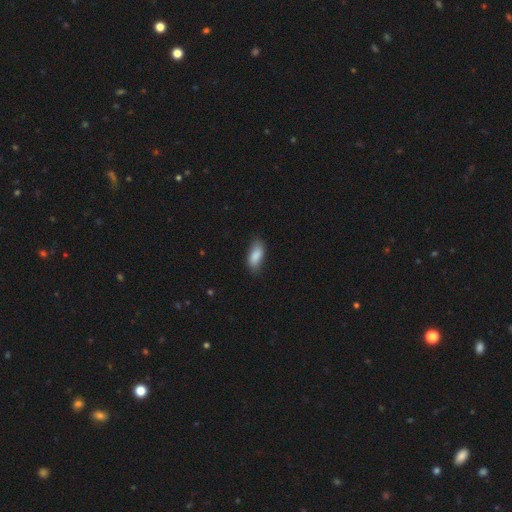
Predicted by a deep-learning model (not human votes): smooth 85%, featured or disk 8%, star or artifact 7%. Down the decision tree: how rounded — in between (86%); merging — none (74%).